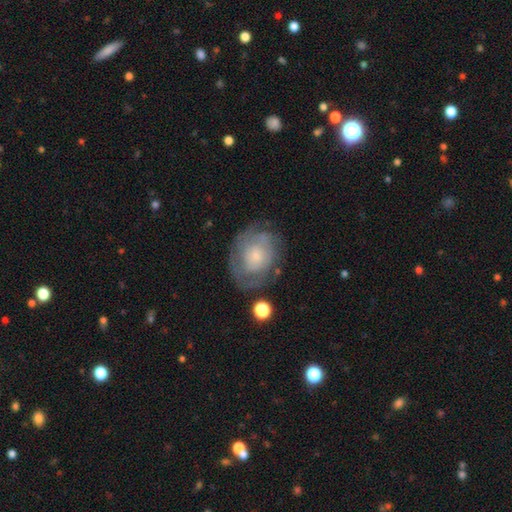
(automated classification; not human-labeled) featured or disk 56%, smooth 36%, star or artifact 9%. Down the decision tree: edge-on disk — no (97%); bar — no (83%); spiral arms — yes (62%); bulge size — small (57%); merging — none (63%).